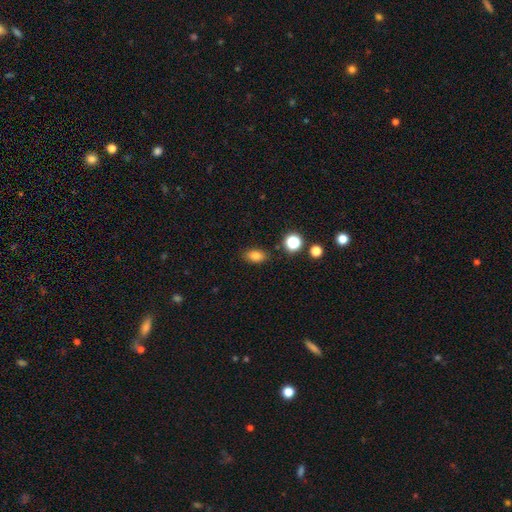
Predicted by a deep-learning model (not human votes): Smooth or featured? Predicted: smooth (p=0.81). How rounded? Predicted: in between (p=0.84). Merging? Predicted: none (p=0.85).